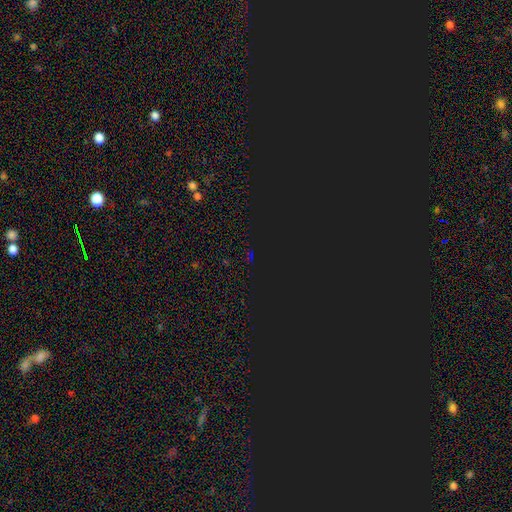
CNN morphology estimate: This is likely a star or artifact rather than a galaxy (78%).